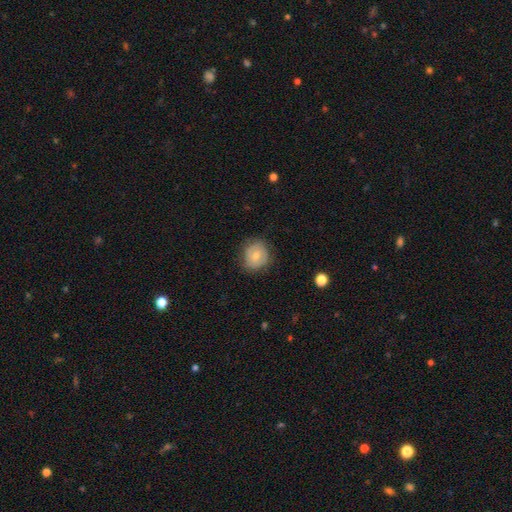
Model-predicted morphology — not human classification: This is likely a smooth galaxy (60%). How rounded: likely round (71%). Merging: likely none (72%).